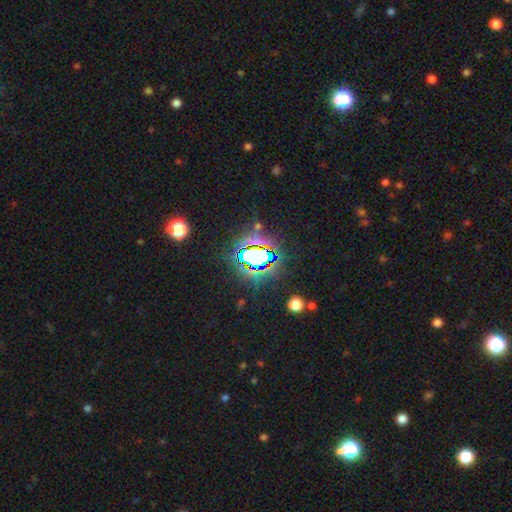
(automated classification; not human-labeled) This appears to be a star or artifact, not a galaxy (71%).